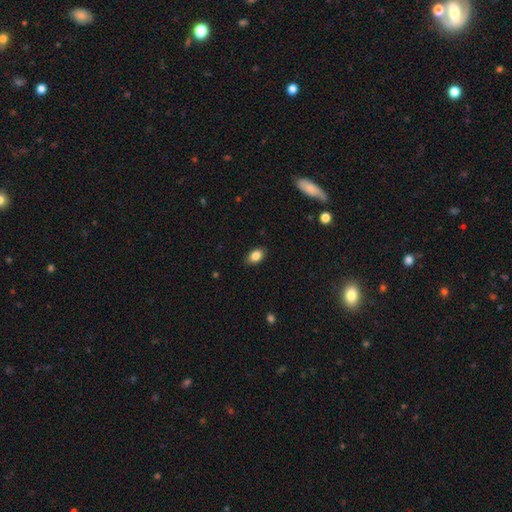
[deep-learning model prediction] Smooth or featured?
  - smooth: 86% *
  - star or artifact: 8%
  - featured or disk: 6%
How rounded?
  - in between: 85% *
  - round: 14%
  - cigar-shaped: 1%
Merging?
  - none: 86% *
  - minor disturbance: 11%
  - major disturbance: 2%
  - merger: 1%